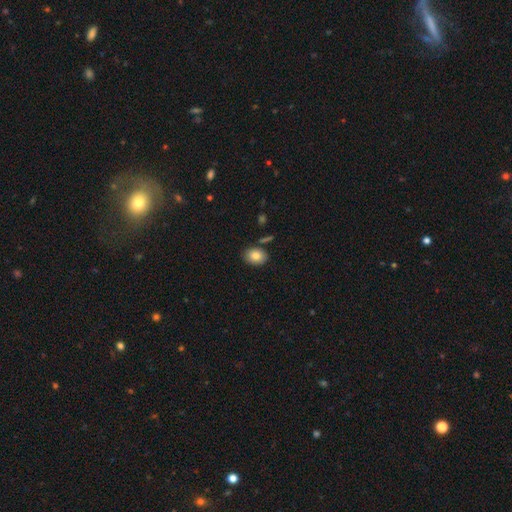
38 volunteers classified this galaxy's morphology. A smooth galaxy with no disk features (89%) that is in between round and cigar-shaped (79%). Merging: none (97%).